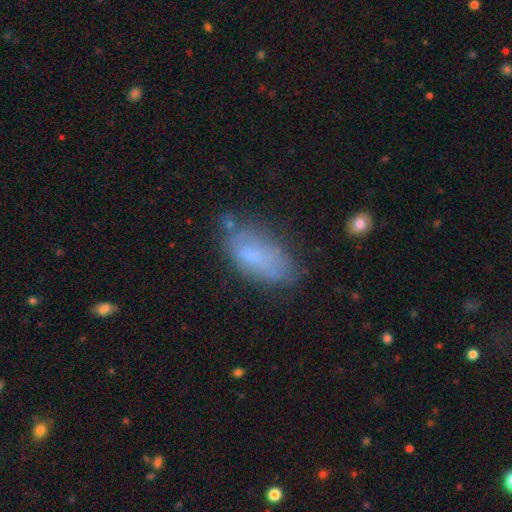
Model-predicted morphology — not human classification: This appears to be a smooth galaxy with no disk features (67%) that is in between round and cigar-shaped (89%). Merging: none (54%).